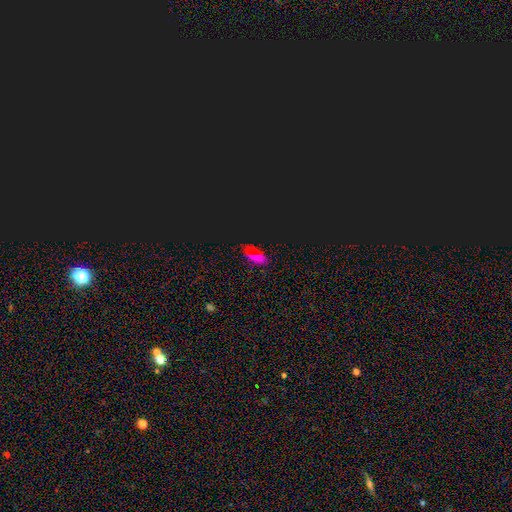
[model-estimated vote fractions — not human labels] Smooth or featured: smooth — 45% (star or artifact — 43%)
Merging: none — 82% (minor disturbance — 12%)